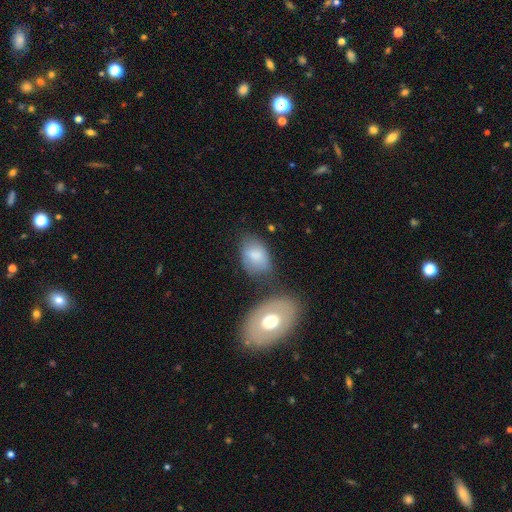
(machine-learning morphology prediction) Q: Smooth or featured?
A: smooth (76%); runner-up: featured or disk (17%)
Q: How rounded?
A: in between (88%); runner-up: round (10%)
Q: Merging?
A: none (50%); runner-up: minor disturbance (24%)